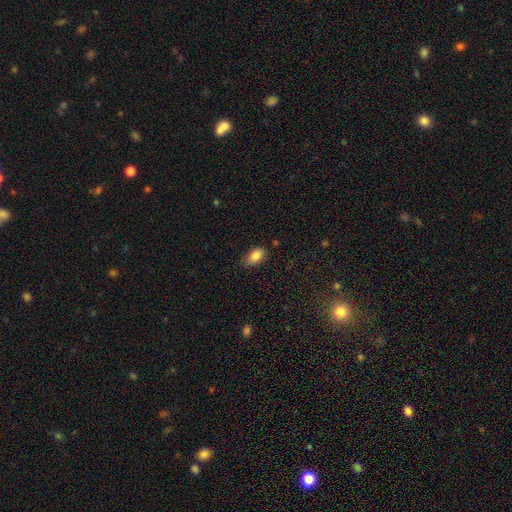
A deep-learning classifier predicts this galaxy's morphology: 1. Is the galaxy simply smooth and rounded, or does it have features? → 85% smooth, 8% star or artifact, 7% featured or disk.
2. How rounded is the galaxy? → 91% in between, 6% round, 3% cigar-shaped.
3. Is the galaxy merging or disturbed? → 71% none, 24% minor disturbance, 4% major disturbance, 1% merger.